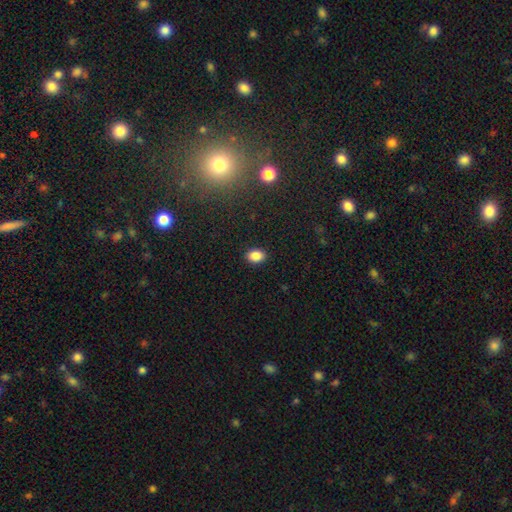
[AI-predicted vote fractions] smooth-or-featured: smooth: 87% | star or artifact: 9% | featured or disk: 4%
  how-rounded: in between: 75% | round: 23% | cigar-shaped: 1%
  merging: none: 89% | minor disturbance: 8% | major disturbance: 2% | merger: 1%